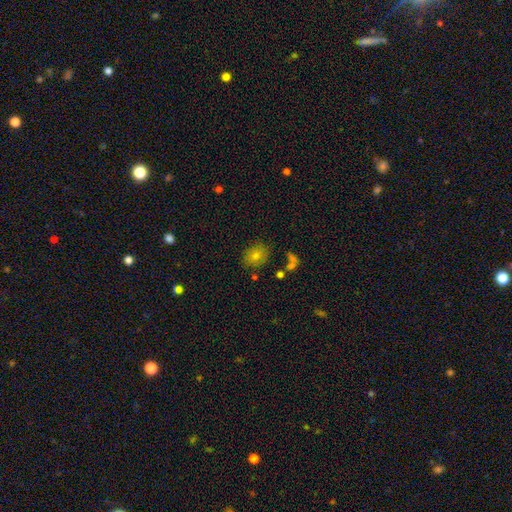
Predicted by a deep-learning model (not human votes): Smooth or featured? smooth (69%)
How rounded? round (51%)
Merging? none (78%)